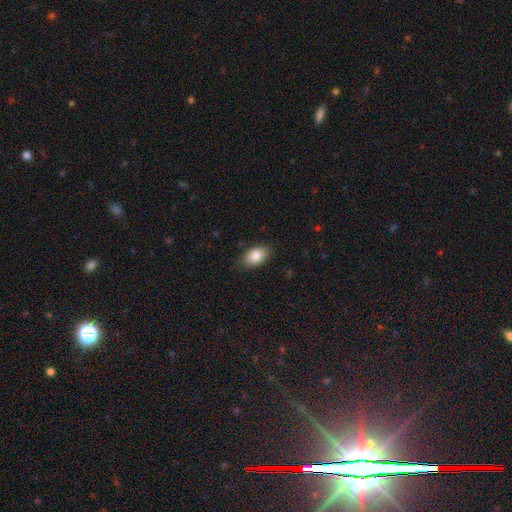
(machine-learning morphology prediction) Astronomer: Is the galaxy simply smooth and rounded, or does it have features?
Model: smooth — 84%.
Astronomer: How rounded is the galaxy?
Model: in between — 92%.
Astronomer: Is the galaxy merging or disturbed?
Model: none — 85%.